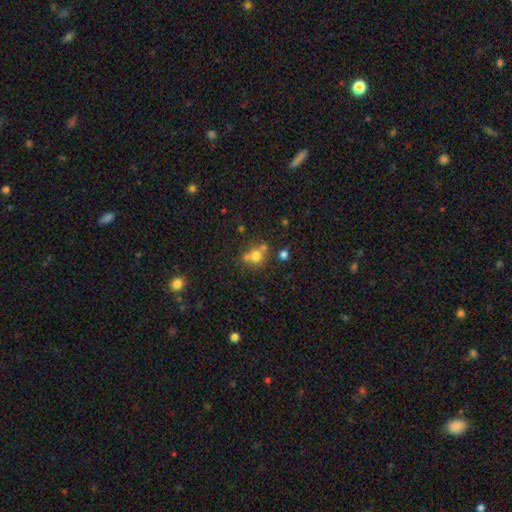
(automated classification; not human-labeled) Q: Smooth or featured?
A: smooth (69%); runner-up: star or artifact (17%)
Q: How rounded?
A: round (84%); runner-up: in between (15%)
Q: Merging?
A: none (52%); runner-up: merger (33%)